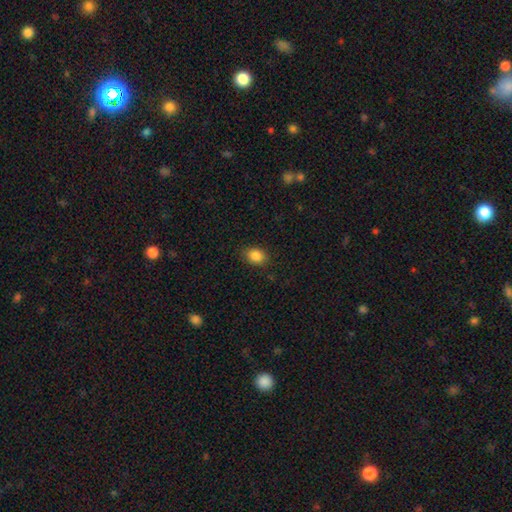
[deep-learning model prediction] Smooth or featured? Predicted: smooth (p=0.86). How rounded? Predicted: in between (p=0.63). Merging? Predicted: none (p=0.86).